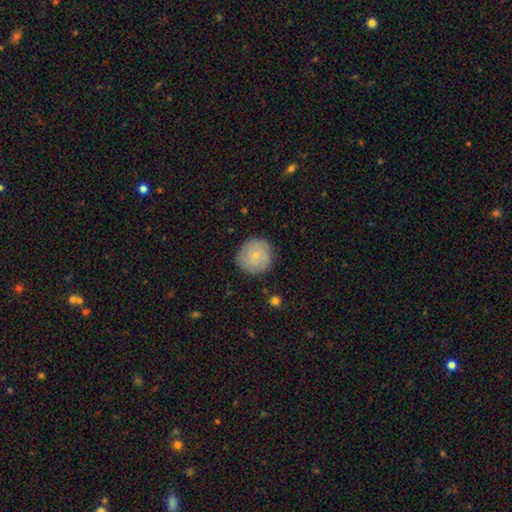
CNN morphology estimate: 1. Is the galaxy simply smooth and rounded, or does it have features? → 64% smooth, 29% featured or disk, 7% star or artifact.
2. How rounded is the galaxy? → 93% round, 6% in between, 1% cigar-shaped.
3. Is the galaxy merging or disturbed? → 85% none, 11% minor disturbance, 3% major disturbance, 1% merger.